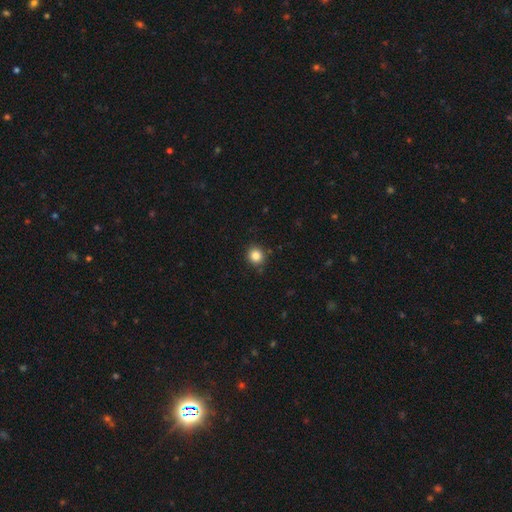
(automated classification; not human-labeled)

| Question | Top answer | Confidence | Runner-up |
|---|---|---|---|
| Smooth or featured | smooth | 84% | star or artifact (11%) |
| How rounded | round | 89% | in between (10%) |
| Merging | none | 89% | minor disturbance (7%) |